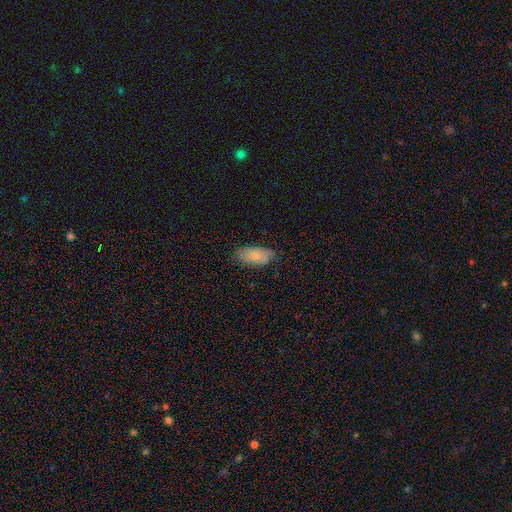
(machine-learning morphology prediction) A smooth galaxy with no disk features (75%) that is in between round and cigar-shaped (90%). Merging: none (73%).